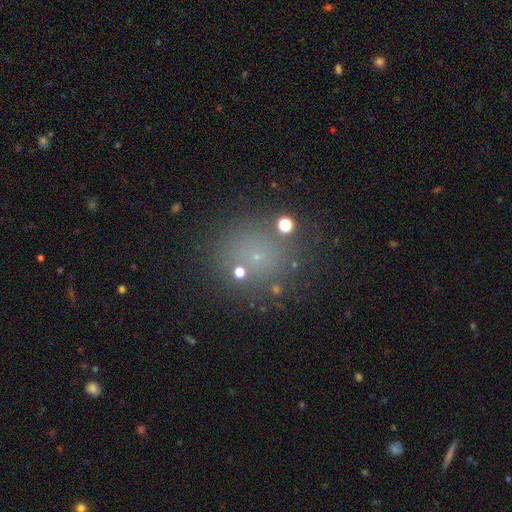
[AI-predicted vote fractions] A smooth galaxy with no disk features (56%) that is round (90%). Merging: none (80%).